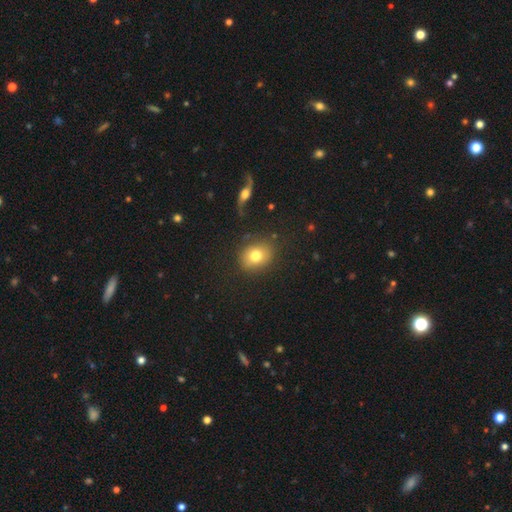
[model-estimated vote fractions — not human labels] Smooth or featured?
  - smooth: 77% *
  - featured or disk: 13%
  - star or artifact: 10%
How rounded?
  - round: 55% *
  - in between: 44%
  - cigar-shaped: 1%
Merging?
  - none: 82% *
  - minor disturbance: 11%
  - major disturbance: 4%
  - merger: 3%